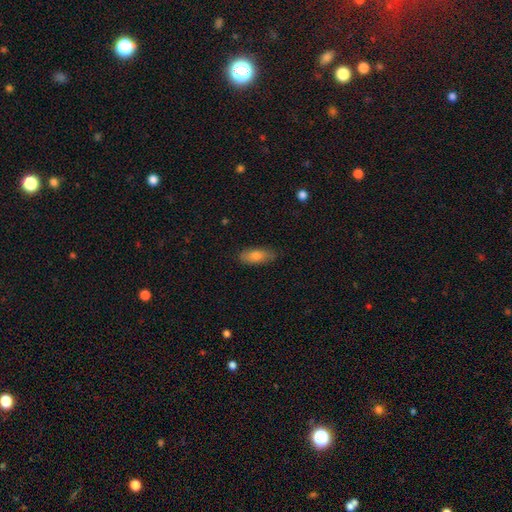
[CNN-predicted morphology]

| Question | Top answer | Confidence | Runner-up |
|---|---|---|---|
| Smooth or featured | smooth | 77% | featured or disk (16%) |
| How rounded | in between | 72% | cigar-shaped (26%) |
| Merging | none | 84% | minor disturbance (12%) |